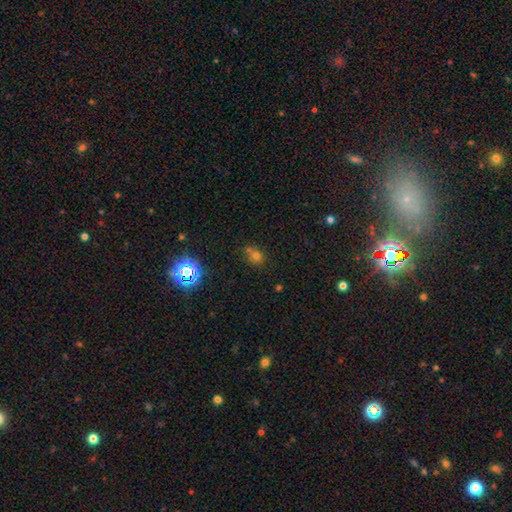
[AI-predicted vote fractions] smooth-or-featured: smooth: 59% | star or artifact: 31% | featured or disk: 10%
  how-rounded: round: 55% | in between: 44% | cigar-shaped: 1%
  merging: none: 60% | minor disturbance: 19% | merger: 15% | major disturbance: 6%